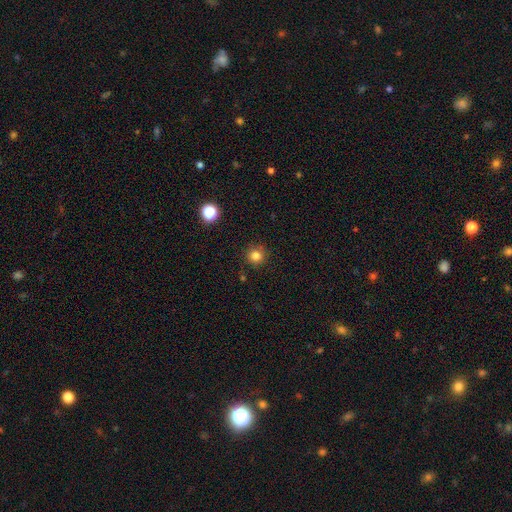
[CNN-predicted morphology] This appears to be a smooth galaxy with no disk features (82%) that is round (94%). Merging: none (89%).